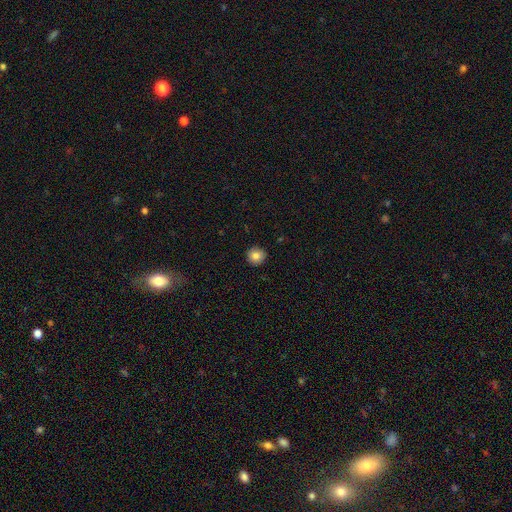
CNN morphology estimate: smooth_or_featured: smooth (p=0.84) [alt: star or artifact p=0.09]
how_rounded: round (p=0.94) [alt: in between p=0.05]
merging: none (p=0.91) [alt: minor disturbance p=0.07]